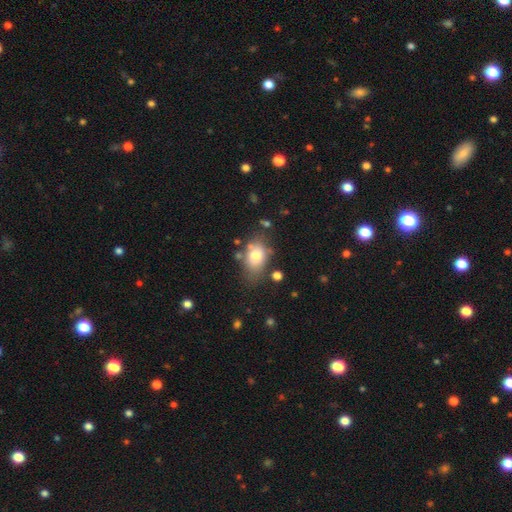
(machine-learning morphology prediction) smooth 75%, featured or disk 15%, star or artifact 9%. Down the decision tree: how rounded — in between (77%); merging — none (60%).